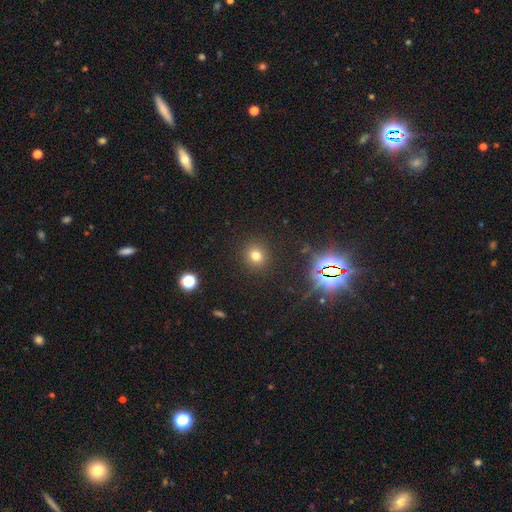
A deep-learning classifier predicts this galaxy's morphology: This appears to be a smooth galaxy with no disk features (73%) that is round (86%). Merging: none (90%).